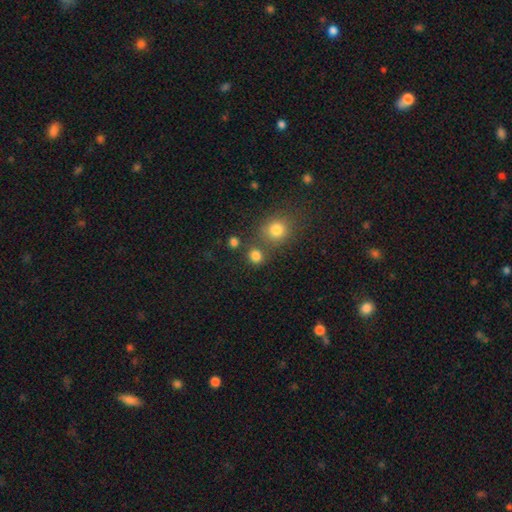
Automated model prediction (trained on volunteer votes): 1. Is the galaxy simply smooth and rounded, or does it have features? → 81% smooth, 14% star or artifact, 5% featured or disk.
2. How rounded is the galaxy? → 84% round, 15% in between, 1% cigar-shaped.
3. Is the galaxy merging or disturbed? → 71% none, 17% merger, 8% minor disturbance, 4% major disturbance.